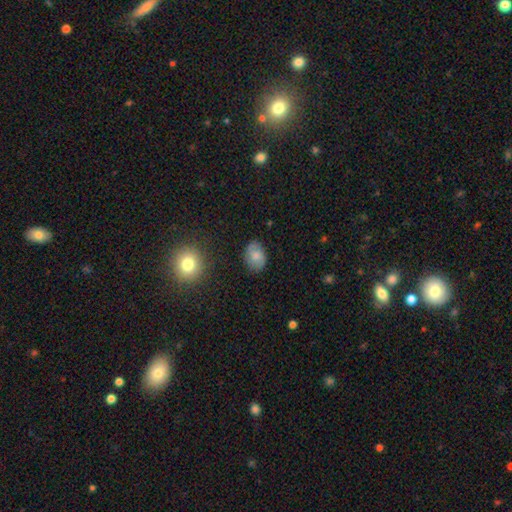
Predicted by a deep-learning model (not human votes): Morphology: type=smooth (74%); roundness=in between (70%); merging=none (81%).